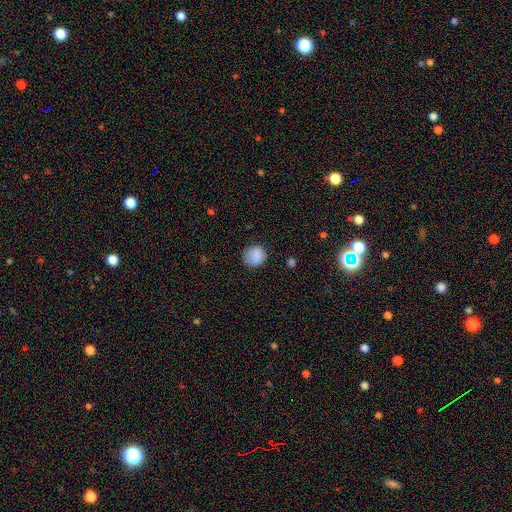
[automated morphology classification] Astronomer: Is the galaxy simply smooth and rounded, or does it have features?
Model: smooth — 87%.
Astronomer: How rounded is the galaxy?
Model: round — 88%.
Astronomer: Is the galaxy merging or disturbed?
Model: none — 81%.